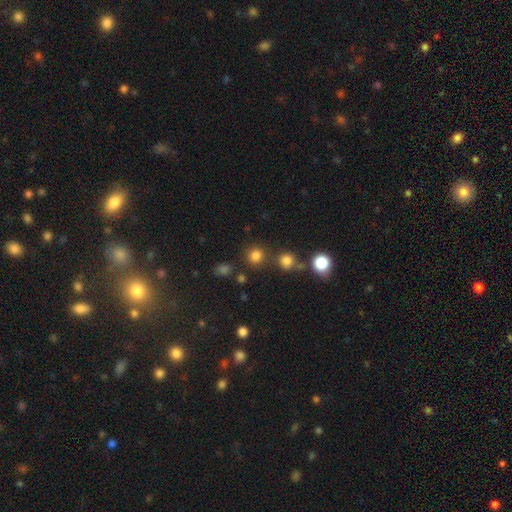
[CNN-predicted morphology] A smooth galaxy with no disk features (79%) that is round (90%). Merging: none (79%).